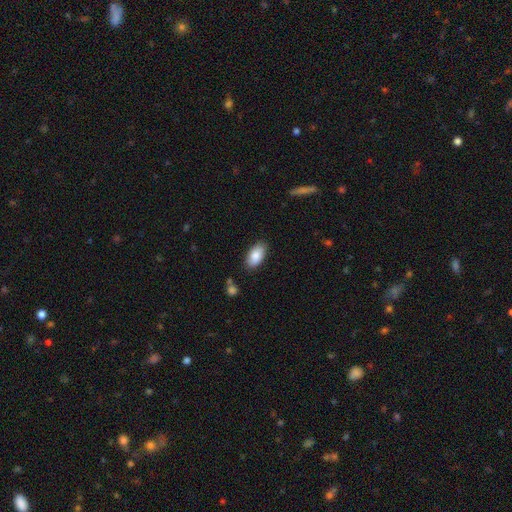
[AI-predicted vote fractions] Smooth or featured: smooth — 86% (featured or disk — 8%)
How rounded: in between — 94% (cigar-shaped — 3%)
Merging: none — 84% (minor disturbance — 12%)